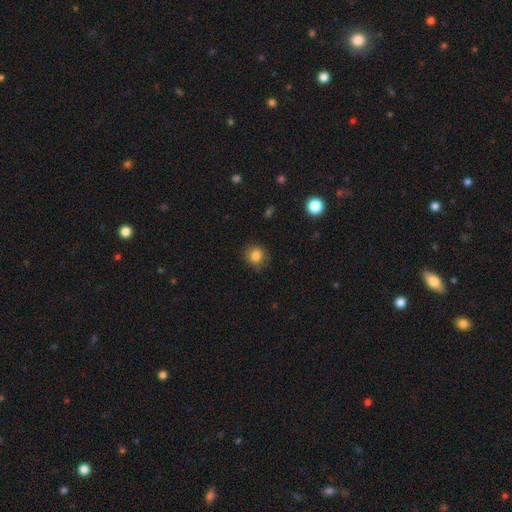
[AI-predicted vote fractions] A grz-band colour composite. It shows a smooth galaxy with no disk features (84%) that is round (83%). Merging: none (82%).